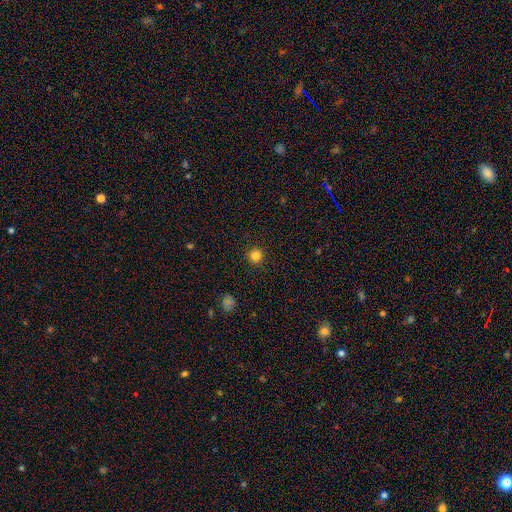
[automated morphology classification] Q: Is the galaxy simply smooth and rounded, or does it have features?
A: smooth — 83%.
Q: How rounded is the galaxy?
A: round — 95%.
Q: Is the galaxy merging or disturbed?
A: none — 92%.